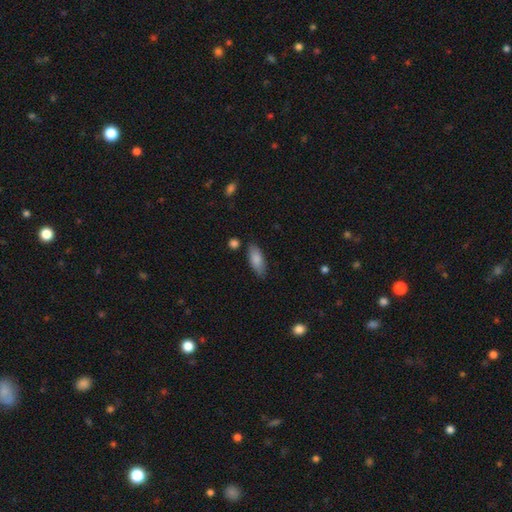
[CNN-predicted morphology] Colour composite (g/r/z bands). It shows a smooth galaxy with no disk features (81%) that is in between round and cigar-shaped (74%). Merging: none (82%).